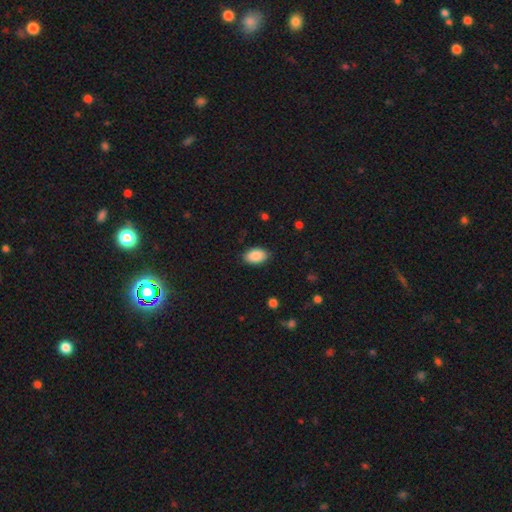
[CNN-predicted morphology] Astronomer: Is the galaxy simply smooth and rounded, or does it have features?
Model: smooth — 89%.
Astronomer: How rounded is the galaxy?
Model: in between — 91%.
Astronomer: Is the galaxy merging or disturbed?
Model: none — 88%.